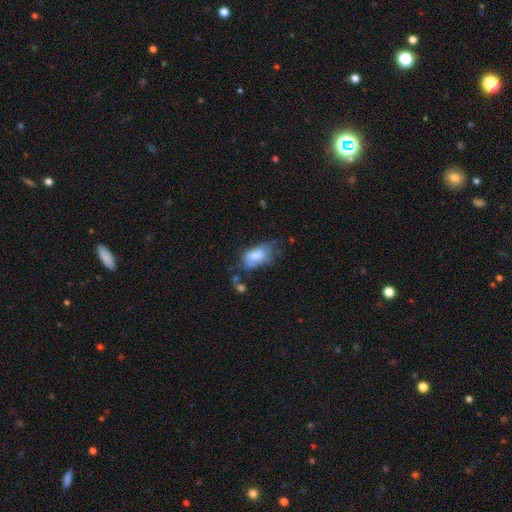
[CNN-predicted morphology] This appears to be a smooth galaxy with no disk features (69%) that is in between round and cigar-shaped (92%). Merging: minor disturbance (34%).